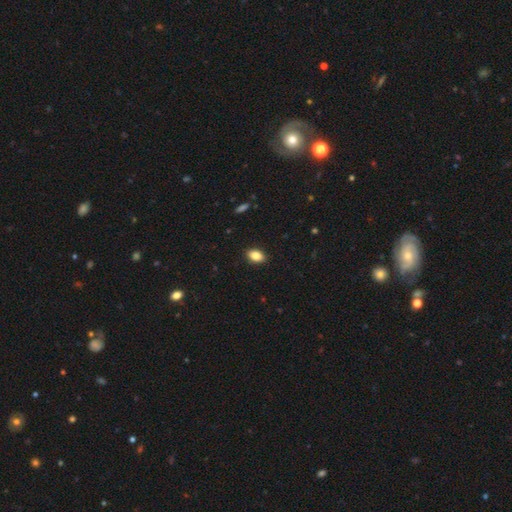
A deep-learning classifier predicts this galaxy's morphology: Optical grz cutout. It shows a smooth galaxy with no disk features (85%) that is in between round and cigar-shaped (87%). Merging: none (90%).